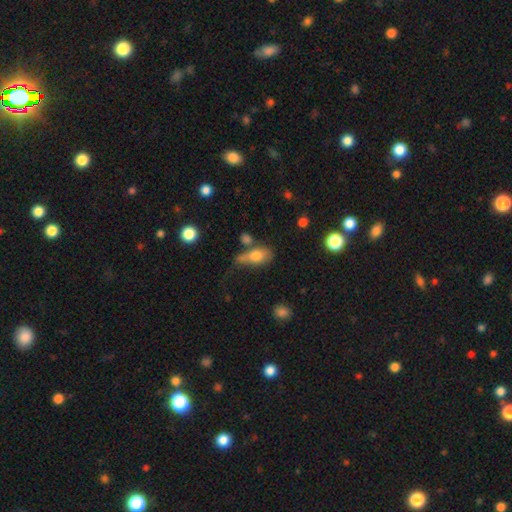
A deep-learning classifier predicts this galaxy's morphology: type=smooth (70%); roundness=in between (81%); merging=none (34%).